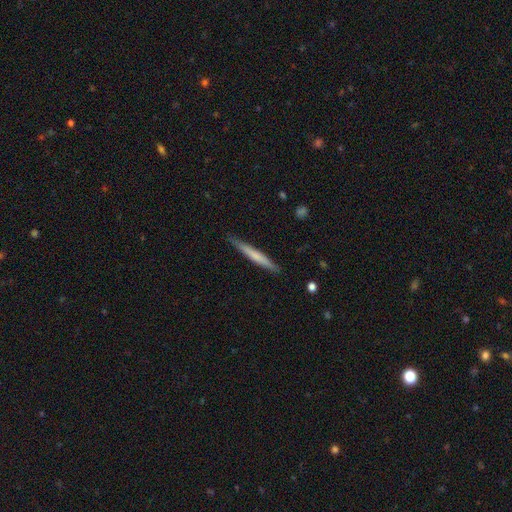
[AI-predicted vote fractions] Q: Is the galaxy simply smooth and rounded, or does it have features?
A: smooth — 60%.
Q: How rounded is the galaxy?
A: cigar-shaped — 96%.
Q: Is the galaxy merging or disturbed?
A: none — 87%.